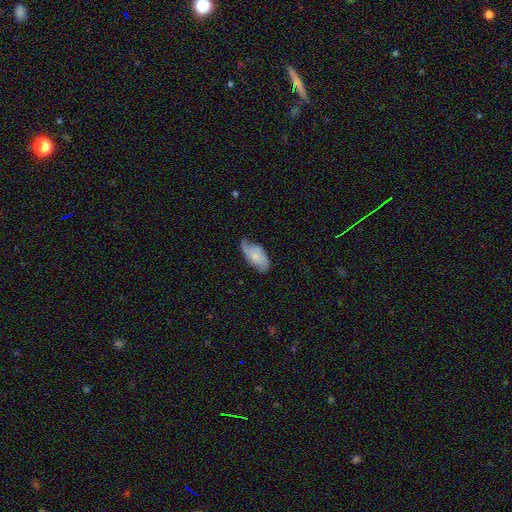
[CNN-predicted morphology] A smooth galaxy with no disk features (56%) that is in between round and cigar-shaped (92%). Merging: none (50%).